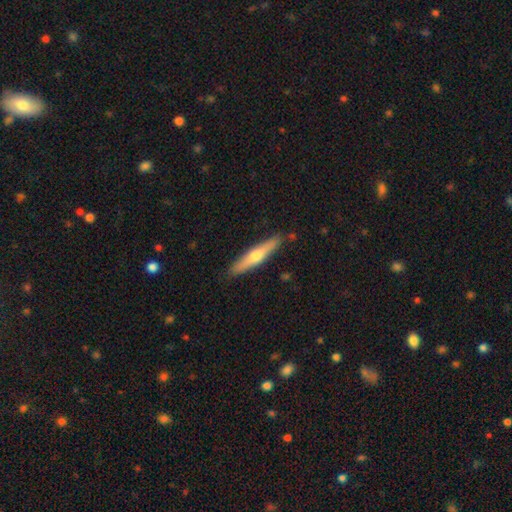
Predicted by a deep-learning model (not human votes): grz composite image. It shows a featured or disk galaxy (50%). Merging: none (88%).